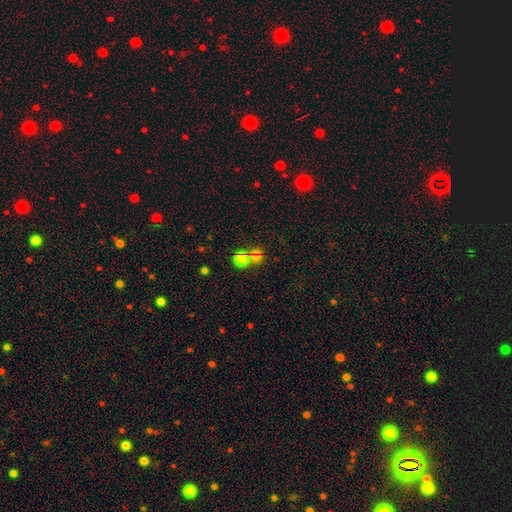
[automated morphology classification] Smooth or featured?
  - smooth: 56% *
  - star or artifact: 35%
  - featured or disk: 9%
How rounded?
  - round: 82% *
  - in between: 16%
  - cigar-shaped: 1%
Merging?
  - none: 61% *
  - merger: 24%
  - minor disturbance: 9%
  - major disturbance: 6%